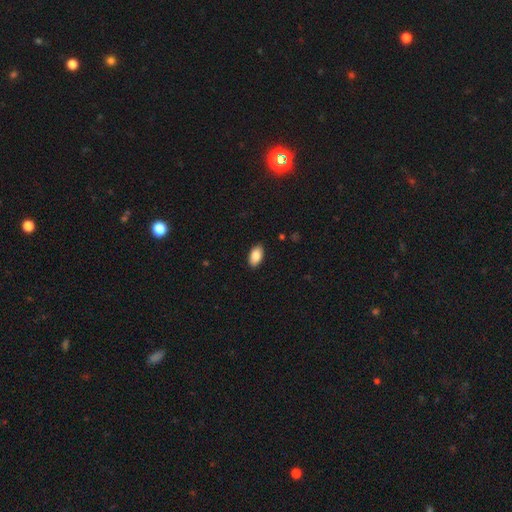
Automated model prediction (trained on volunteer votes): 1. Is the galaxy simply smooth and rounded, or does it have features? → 86% smooth, 7% featured or disk, 7% star or artifact.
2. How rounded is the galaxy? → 93% in between, 4% round, 3% cigar-shaped.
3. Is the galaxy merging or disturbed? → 88% none, 9% minor disturbance, 2% major disturbance, 1% merger.